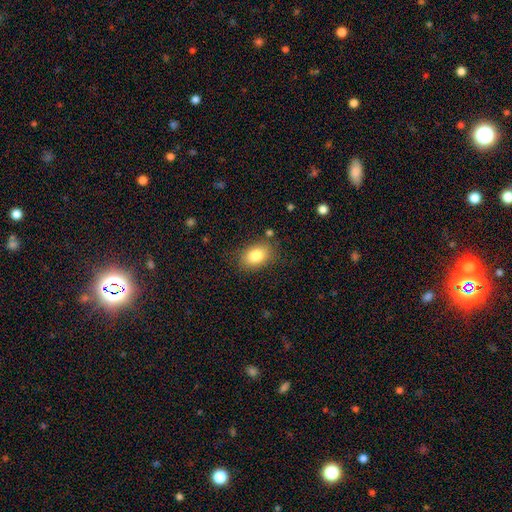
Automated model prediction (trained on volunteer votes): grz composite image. It shows a smooth galaxy with no disk features (82%) that is in between round and cigar-shaped (83%). Merging: none (80%).